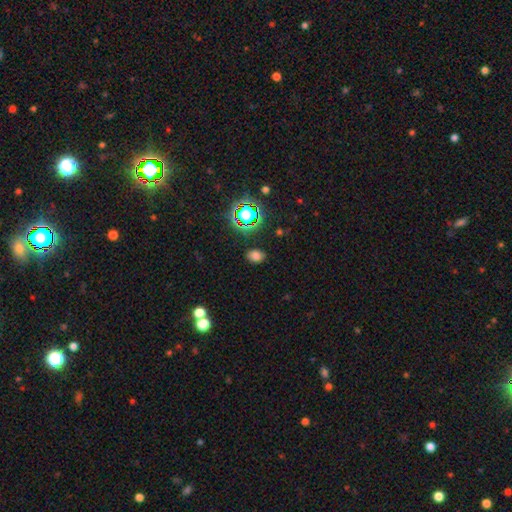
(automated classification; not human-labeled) Q: Smooth or featured?
A: smooth (71%); runner-up: star or artifact (22%)
Q: How rounded?
A: in between (73%); runner-up: round (26%)
Q: Merging?
A: none (84%); runner-up: minor disturbance (11%)